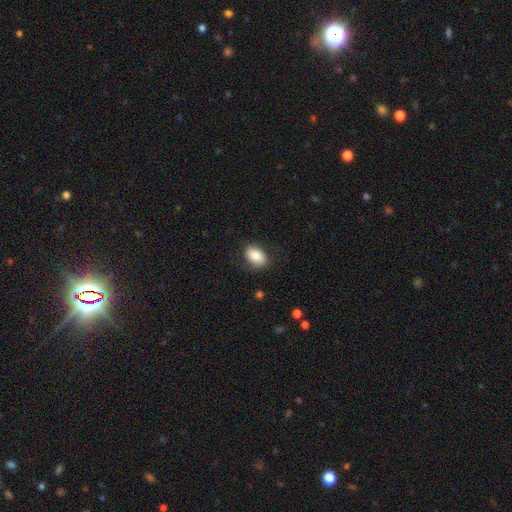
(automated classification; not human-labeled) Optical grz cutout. It shows a smooth galaxy with no disk features (82%) that is in between round and cigar-shaped (81%). Merging: none (81%).